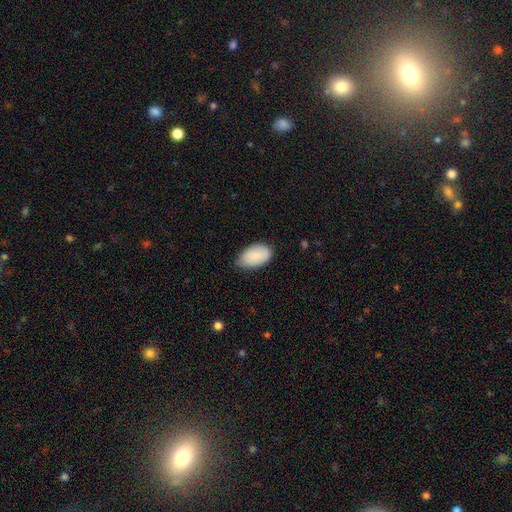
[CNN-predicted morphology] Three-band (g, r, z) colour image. It shows a smooth galaxy with no disk features (86%) that is in between round and cigar-shaped (94%). Merging: none (70%).